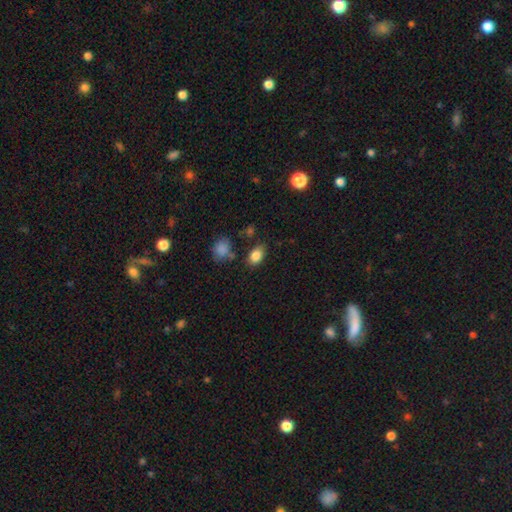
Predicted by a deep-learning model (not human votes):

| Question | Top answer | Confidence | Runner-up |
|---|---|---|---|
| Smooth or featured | smooth | 84% | star or artifact (9%) |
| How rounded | in between | 83% | round (15%) |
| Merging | none | 76% | minor disturbance (14%) |